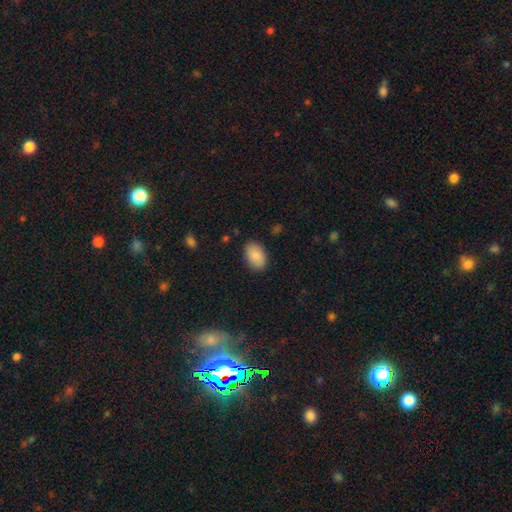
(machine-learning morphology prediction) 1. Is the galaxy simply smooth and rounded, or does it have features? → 88% smooth, 7% star or artifact, 6% featured or disk.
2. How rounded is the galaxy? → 91% in between, 8% round, 1% cigar-shaped.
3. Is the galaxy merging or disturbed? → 86% none, 11% minor disturbance, 3% major disturbance, 1% merger.